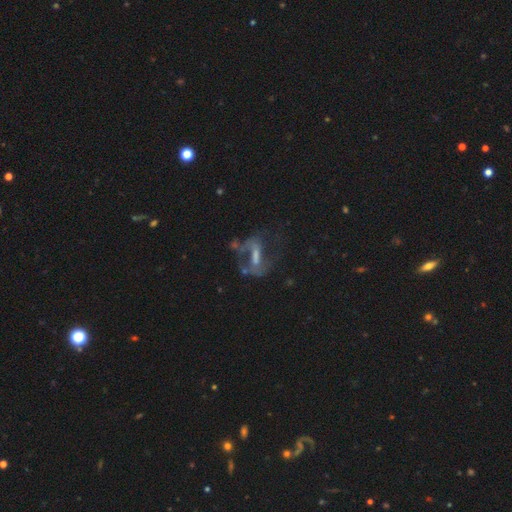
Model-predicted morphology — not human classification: This is likely a featured or disk galaxy (64%). It is clearly not viewed edge-on (91%). Bar: marginally weak (37%). Spiral arm pattern: possibly yes (55%). Central bulge: marginally small (32%). Merging: marginally none (39%).